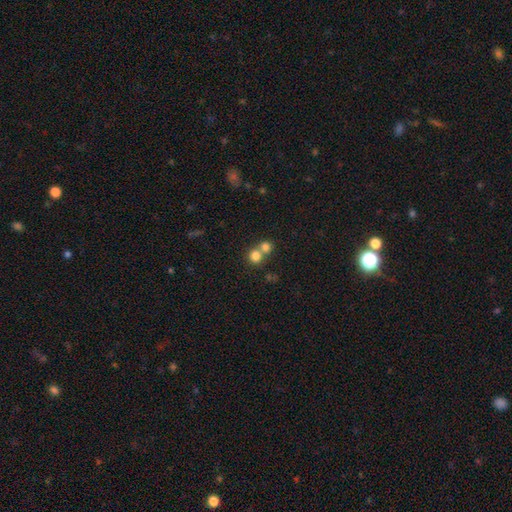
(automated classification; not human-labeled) A smooth galaxy with no disk features (79%) that is round (87%). Merging: merger (50%).